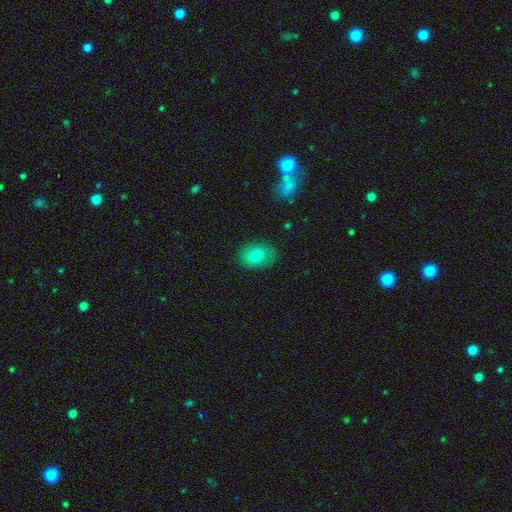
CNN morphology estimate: Smooth or featured?
  - smooth: 78% *
  - featured or disk: 12%
  - star or artifact: 10%
How rounded?
  - in between: 62% *
  - round: 37%
  - cigar-shaped: 1%
Merging?
  - none: 85% *
  - minor disturbance: 11%
  - major disturbance: 3%
  - merger: 1%